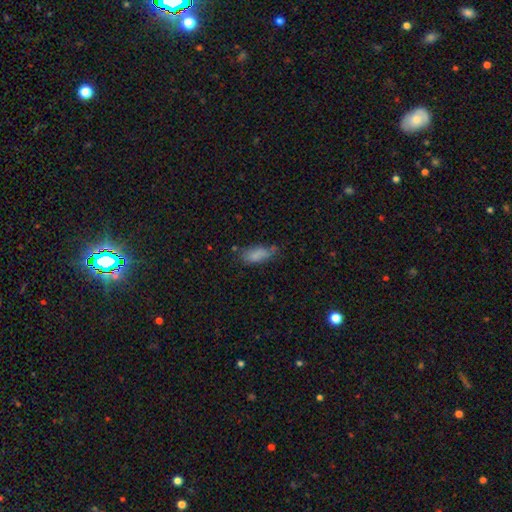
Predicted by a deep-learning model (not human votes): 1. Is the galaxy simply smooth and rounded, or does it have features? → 81% smooth, 10% featured or disk, 9% star or artifact.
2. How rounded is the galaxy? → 81% in between, 16% cigar-shaped, 3% round.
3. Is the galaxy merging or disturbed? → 54% none, 32% minor disturbance, 10% major disturbance, 4% merger.